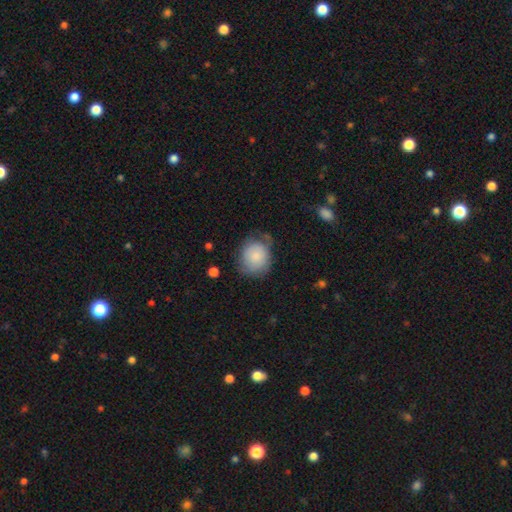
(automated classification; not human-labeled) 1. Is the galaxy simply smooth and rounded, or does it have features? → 77% smooth, 16% featured or disk, 7% star or artifact.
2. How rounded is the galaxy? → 71% round, 28% in between, 1% cigar-shaped.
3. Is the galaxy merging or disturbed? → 51% none, 33% minor disturbance, 13% major disturbance, 3% merger.